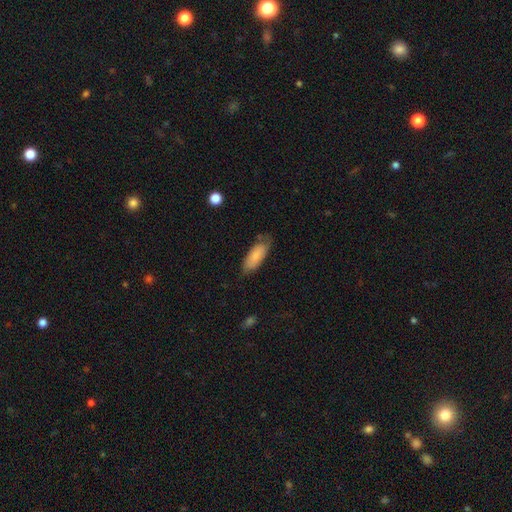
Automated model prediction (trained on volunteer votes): This is clearly a smooth galaxy (82%). How rounded: likely in between (76%). Merging: likely none (67%).